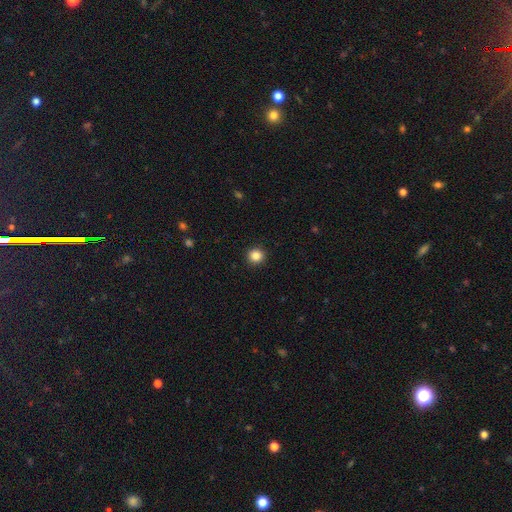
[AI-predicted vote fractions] This is clearly a smooth galaxy (86%). How rounded: clearly round (94%). Merging: clearly none (93%).